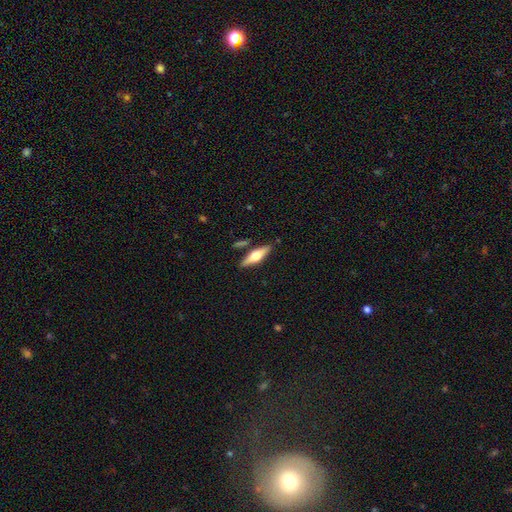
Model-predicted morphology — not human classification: A featured or disk galaxy (55%) viewed edge-on (94%) with a rounded central bulge (92%). Merging: none (83%).